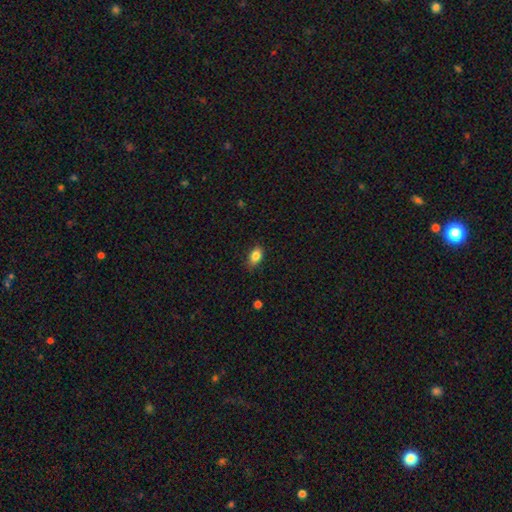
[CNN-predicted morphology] Smooth or featured? smooth (84%)
How rounded? in between (84%)
Merging? none (81%)